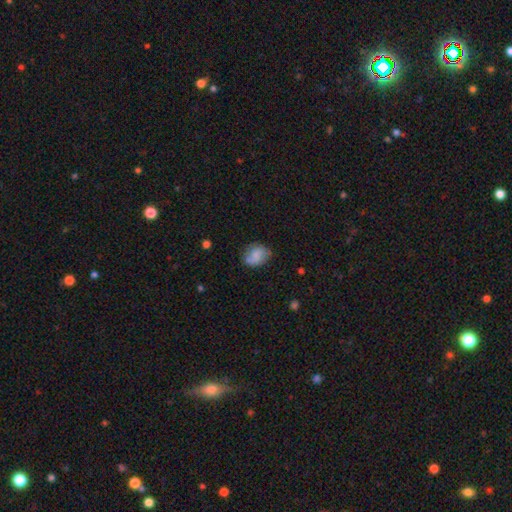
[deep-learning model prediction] A smooth galaxy with no disk features (70%) that is in between round and cigar-shaped (54%).

Vote fractions:
- Smooth or featured? smooth: 70% / featured or disk: 22% / star or artifact: 9%
- How rounded? in between: 54% / round: 45% / cigar-shaped: 1%
- Merging? none: 63% / minor disturbance: 26% / major disturbance: 8% / merger: 4%